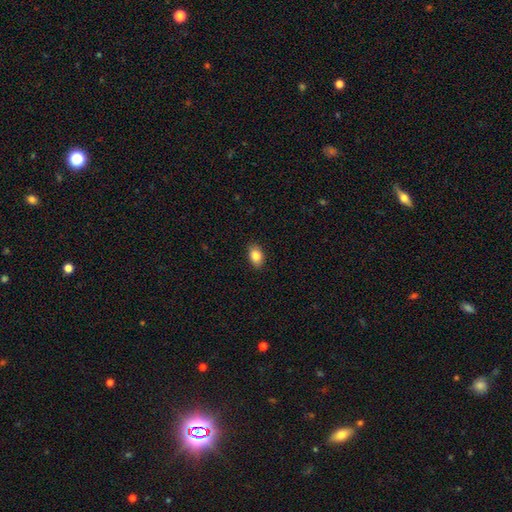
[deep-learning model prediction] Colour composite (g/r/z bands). It shows a smooth galaxy with no disk features (84%) that is in between round and cigar-shaped (82%). Merging: none (88%).